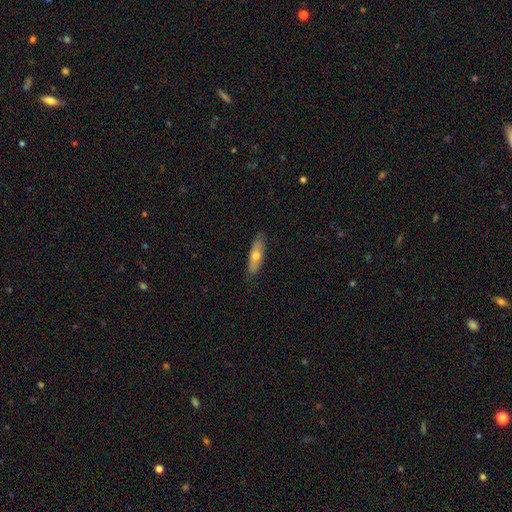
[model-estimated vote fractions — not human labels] This is possibly a smooth galaxy (60%). How rounded: possibly cigar-shaped (50%). Merging: clearly none (83%).